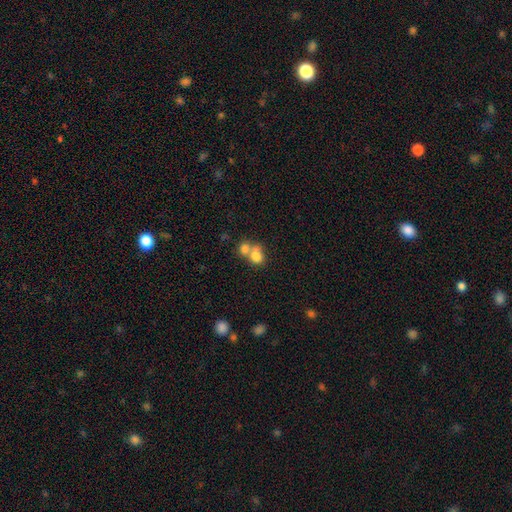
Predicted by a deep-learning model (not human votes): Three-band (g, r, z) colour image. It shows a smooth galaxy with no disk features (78%) that is round (57%). Merging: merger (62%).